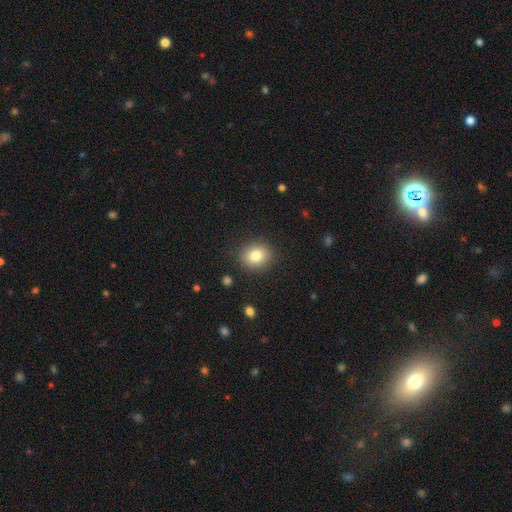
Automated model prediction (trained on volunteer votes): A smooth galaxy with no disk features (82%) that is round (67%).

Vote fractions:
- Smooth or featured? smooth: 82% / star or artifact: 10% / featured or disk: 9%
- How rounded? round: 67% / in between: 33% / cigar-shaped: 1%
- Merging? none: 87% / minor disturbance: 9% / major disturbance: 3% / merger: 1%